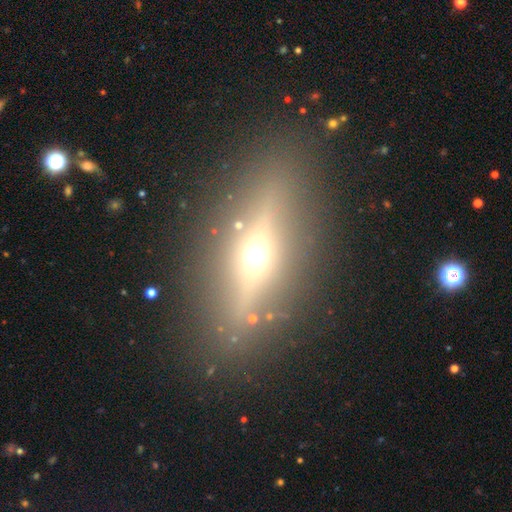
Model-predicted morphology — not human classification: Smooth or featured?
  - featured or disk: 60% *
  - smooth: 27%
  - star or artifact: 13%
Edge-on disk?
  - yes: 84% *
  - no: 16%
Edge-on bulge?
  - rounded: 94% *
  - boxy: 3%
  - none: 3%
Merging?
  - none: 85% *
  - minor disturbance: 9%
  - major disturbance: 4%
  - merger: 2%